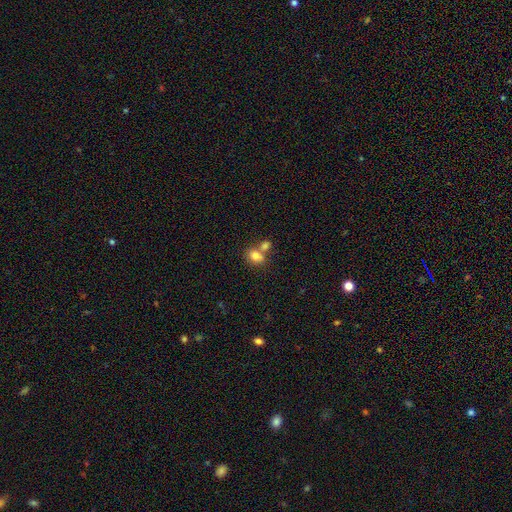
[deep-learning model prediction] A smooth galaxy with no disk features (79%) that is in between round and cigar-shaped (57%). Merging: merger (49%).